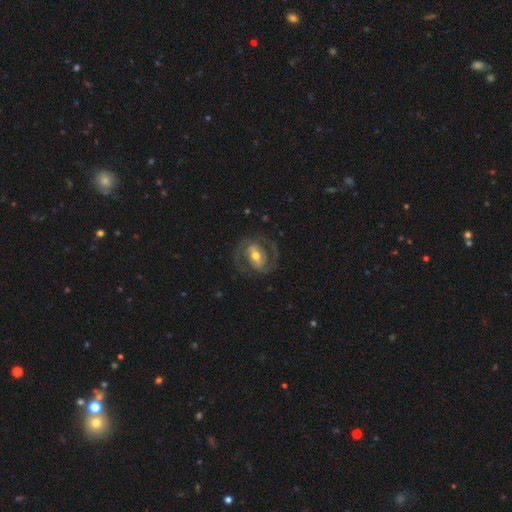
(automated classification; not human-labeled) Morphology: type=featured or disk (85%); edge-on=no (97%); bar=weak (40%); spiral arms=yes (91%); winding=medium (53%); arm count=2 (89%); bulge=moderate (70%); merging=none (76%).